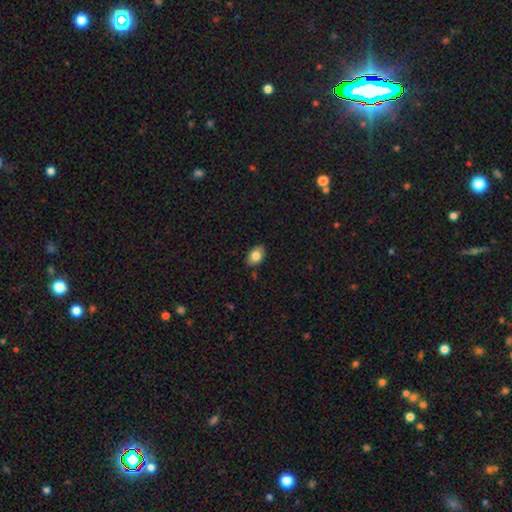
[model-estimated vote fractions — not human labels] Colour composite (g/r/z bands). It shows a smooth galaxy with no disk features (82%) that is in between round and cigar-shaped (86%). Merging: none (86%).